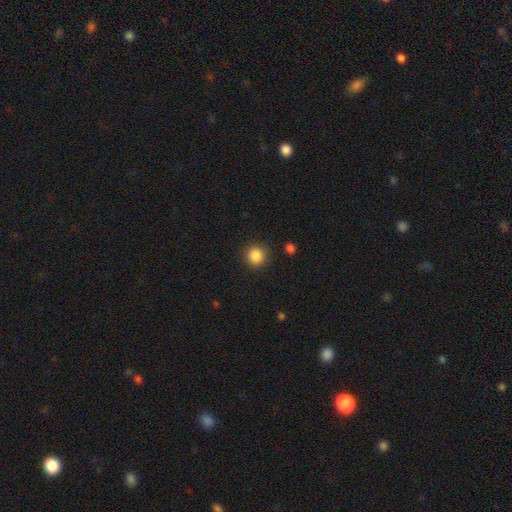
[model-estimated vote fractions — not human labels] A smooth galaxy with no disk features (87%) that is round (92%). Merging: none (89%).